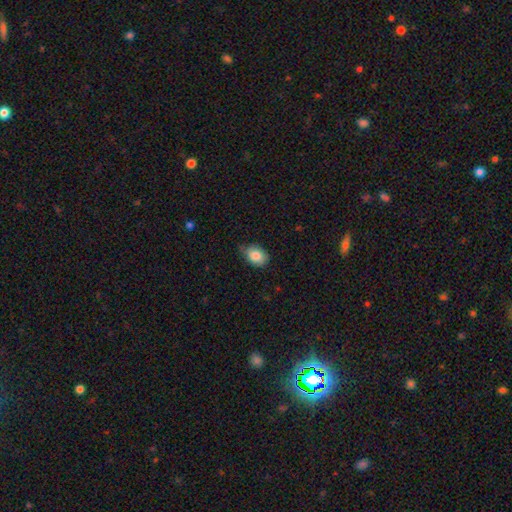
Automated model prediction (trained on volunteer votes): This is clearly a smooth galaxy (84%). How rounded: likely in between (74%). Merging: likely none (67%).